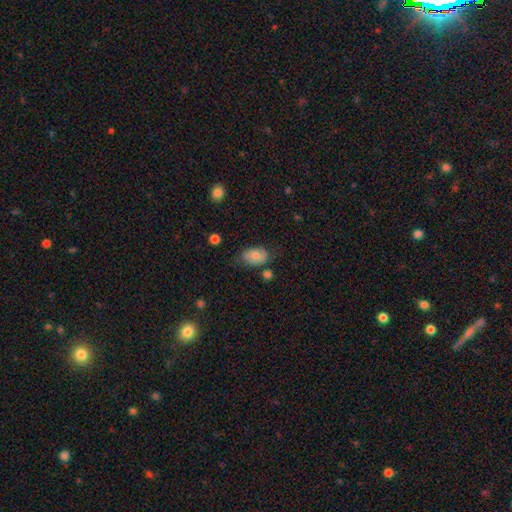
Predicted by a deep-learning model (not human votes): smooth_or_featured: smooth (p=0.63) [alt: featured or disk p=0.29]
how_rounded: in between (p=0.86) [alt: round p=0.13]
merging: none (p=0.64) [alt: minor disturbance p=0.25]